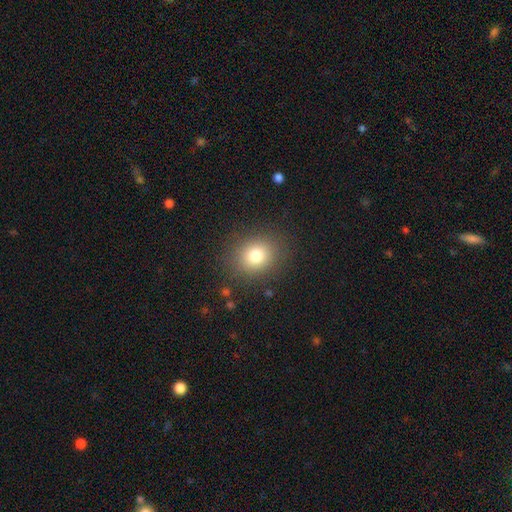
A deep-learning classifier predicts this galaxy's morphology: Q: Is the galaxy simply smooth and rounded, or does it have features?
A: smooth — 78%.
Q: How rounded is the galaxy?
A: round — 66%.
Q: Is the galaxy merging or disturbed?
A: none — 87%.